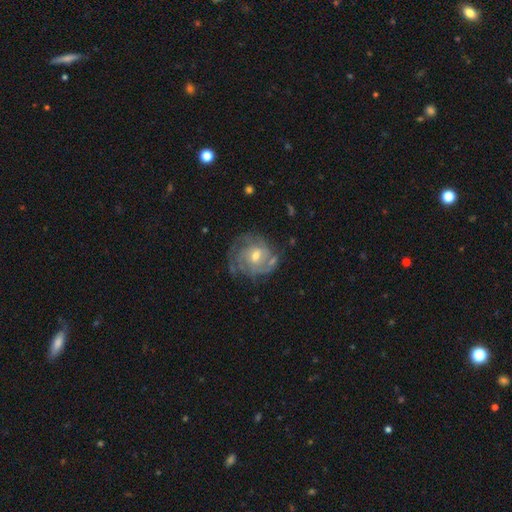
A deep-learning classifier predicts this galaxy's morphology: type=featured or disk (78%); edge-on=no (97%); bar=no (60%); spiral arms=yes (88%); winding=tight (63%); arm count=can't tell (43%); bulge=moderate (62%); merging=none (64%).